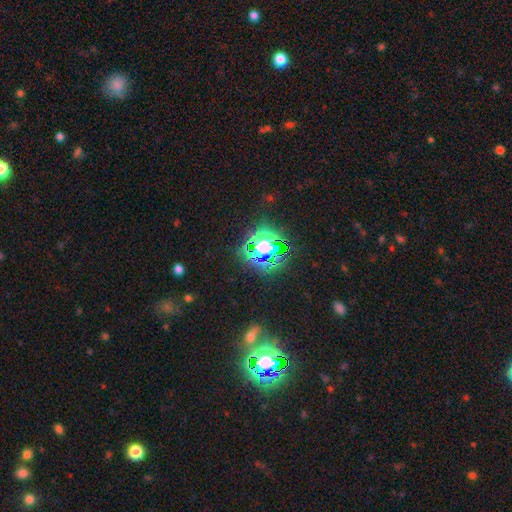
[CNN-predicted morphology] A star or artifact, not a galaxy (69%).

Vote fractions:
- Smooth or featured? star or artifact: 69% / smooth: 21% / featured or disk: 10%